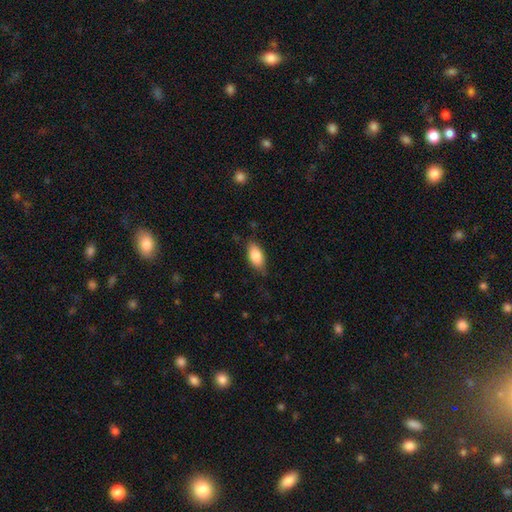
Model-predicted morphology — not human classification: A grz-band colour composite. It shows a smooth galaxy with no disk features (82%) that is in between round and cigar-shaped (89%). Merging: none (75%).